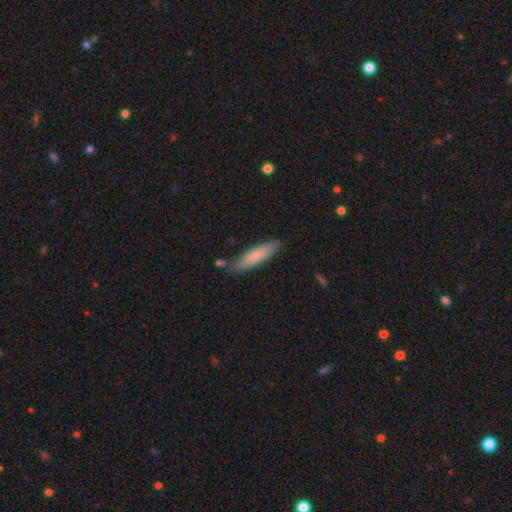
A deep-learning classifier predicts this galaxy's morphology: Smooth or featured? smooth (78%)
How rounded? cigar-shaped (77%)
Merging? none (83%)